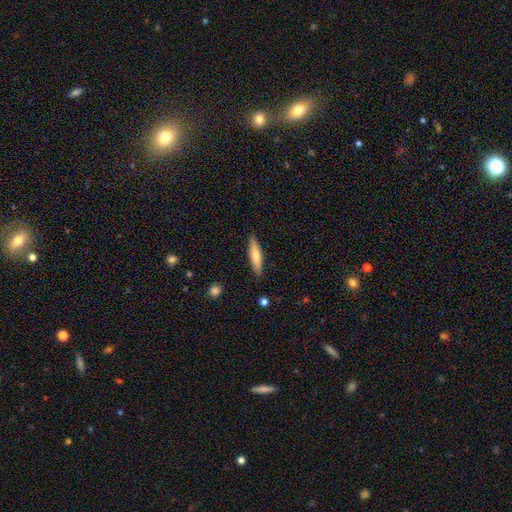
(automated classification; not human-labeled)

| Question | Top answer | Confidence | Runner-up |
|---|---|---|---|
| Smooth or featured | smooth | 70% | featured or disk (24%) |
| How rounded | cigar-shaped | 80% | in between (18%) |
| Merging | none | 89% | minor disturbance (8%) |